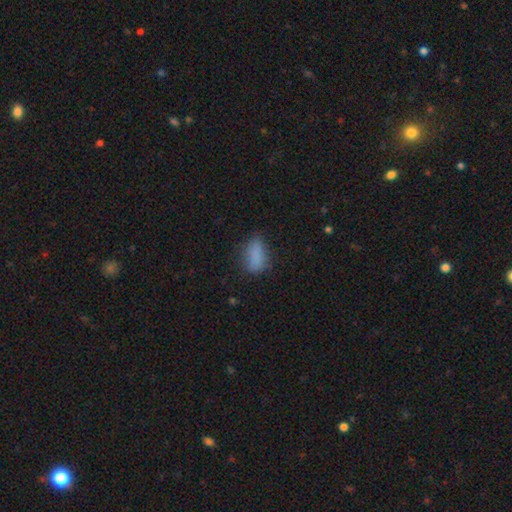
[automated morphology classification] Smooth or featured?
  - smooth: 82% *
  - star or artifact: 10%
  - featured or disk: 8%
How rounded?
  - in between: 85% *
  - cigar-shaped: 9%
  - round: 6%
Merging?
  - none: 66% *
  - minor disturbance: 24%
  - major disturbance: 8%
  - merger: 2%